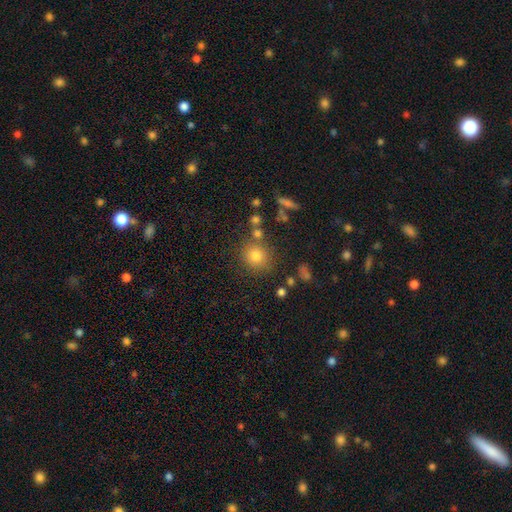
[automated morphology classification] A smooth galaxy with no disk features (75%) that is round (88%).

Vote fractions:
- Smooth or featured? smooth: 75% / star or artifact: 16% / featured or disk: 9%
- How rounded? round: 88% / in between: 11% / cigar-shaped: 1%
- Merging? none: 77% / minor disturbance: 10% / merger: 8% / major disturbance: 4%